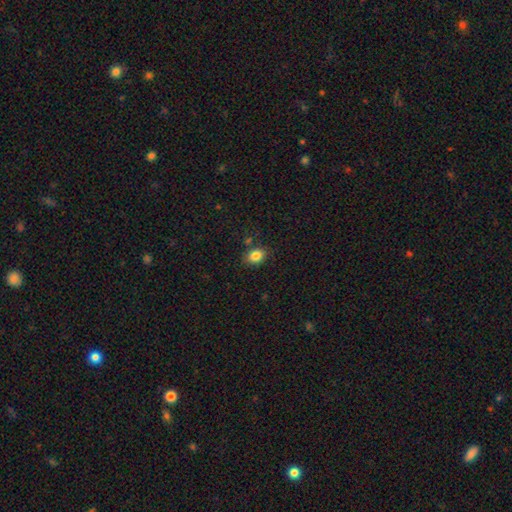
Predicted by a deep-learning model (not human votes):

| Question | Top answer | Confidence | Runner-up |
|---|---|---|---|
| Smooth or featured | smooth | 84% | star or artifact (10%) |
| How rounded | in between | 65% | round (33%) |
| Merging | none | 79% | minor disturbance (13%) |